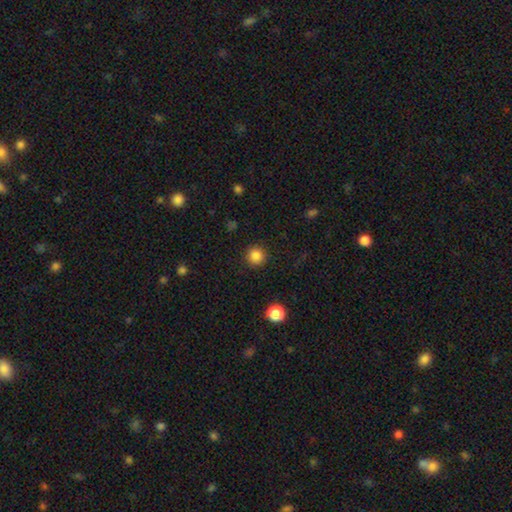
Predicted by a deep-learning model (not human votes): Overall: smooth (85%). How rounded: round (95%). Merging: none (91%).